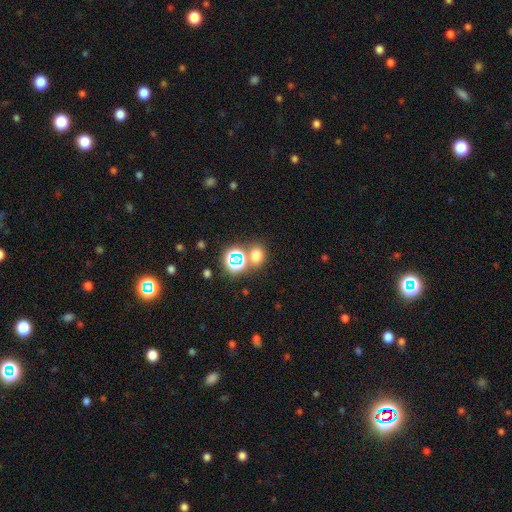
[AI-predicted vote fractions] Smooth or featured: smooth — 64% (star or artifact — 29%)
How rounded: round — 65% (in between — 34%)
Merging: none — 68% (merger — 20%)